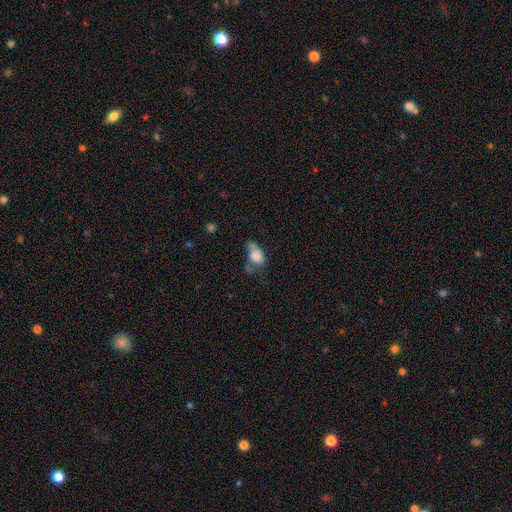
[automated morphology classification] smooth_or_featured: smooth (p=0.70) [alt: featured or disk p=0.21]
how_rounded: in between (p=0.82) [alt: round p=0.13]
merging: major disturbance (p=0.33) [alt: minor disturbance p=0.30]